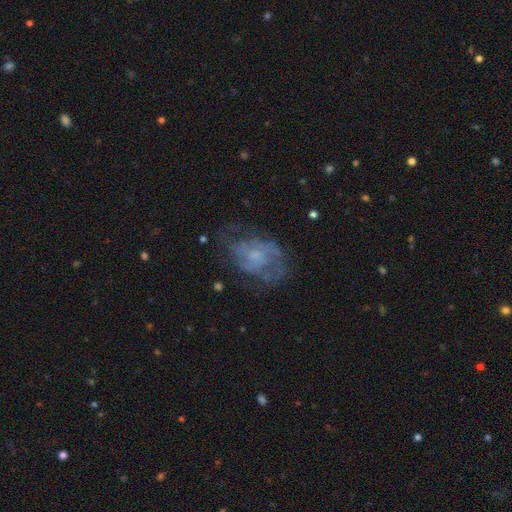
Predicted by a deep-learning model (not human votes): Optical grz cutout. It shows a featured or disk galaxy (69%) with no bar (70%), 2 (46%) medium (45%) spiral arms (80%) and a small central bulge (54%). Merging: none (58%).